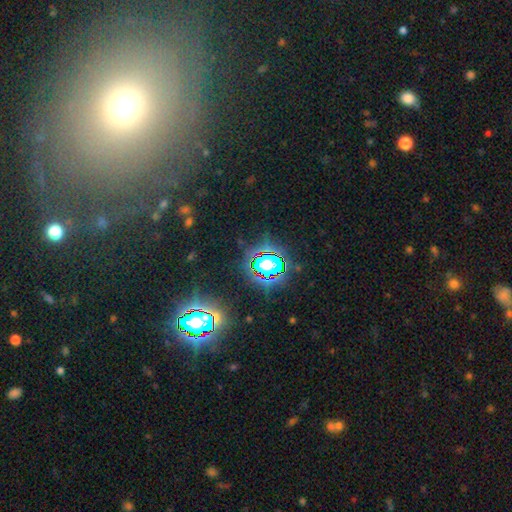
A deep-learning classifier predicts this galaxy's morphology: type=star or artifact (78%).